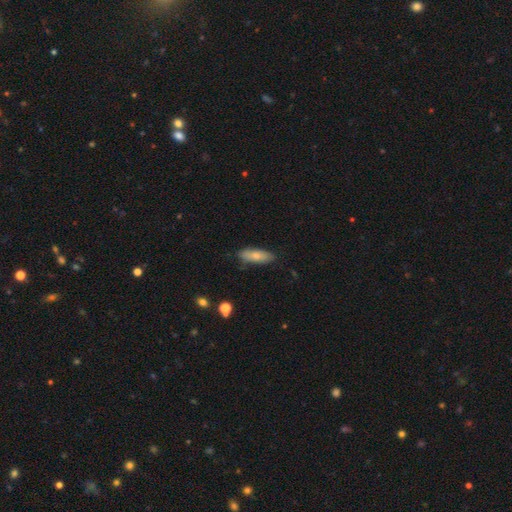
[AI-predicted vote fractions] Smooth or featured? smooth (73%)
How rounded? in between (61%)
Merging? none (82%)